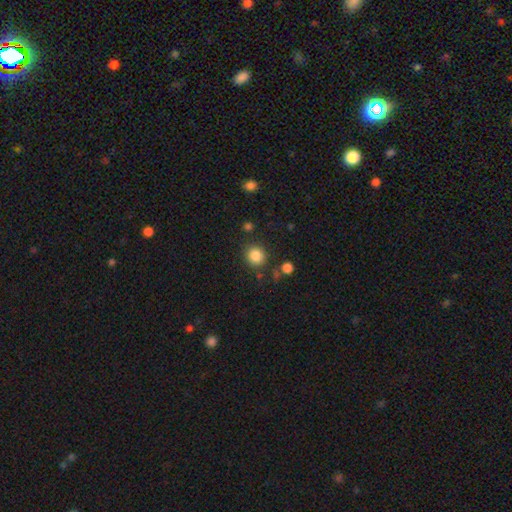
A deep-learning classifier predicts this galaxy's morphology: smooth_or_featured: smooth (p=0.85) [alt: star or artifact p=0.11]
how_rounded: round (p=0.86) [alt: in between p=0.13]
merging: none (p=0.84) [alt: minor disturbance p=0.09]